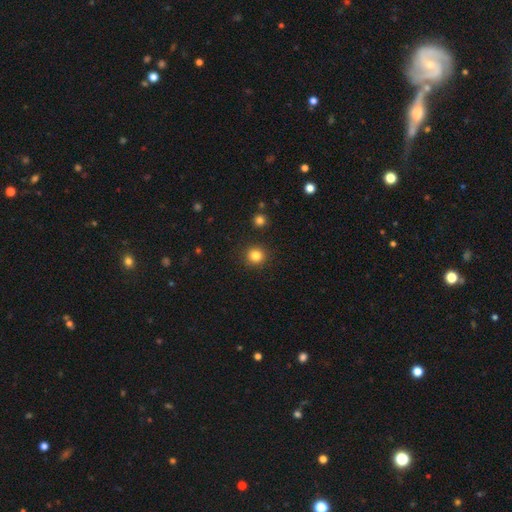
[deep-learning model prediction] The model was most divided on "smooth or featured": smooth: 83%, star or artifact: 12%, featured or disk: 5%. More confident: how rounded — round (92%); merging — none (91%).